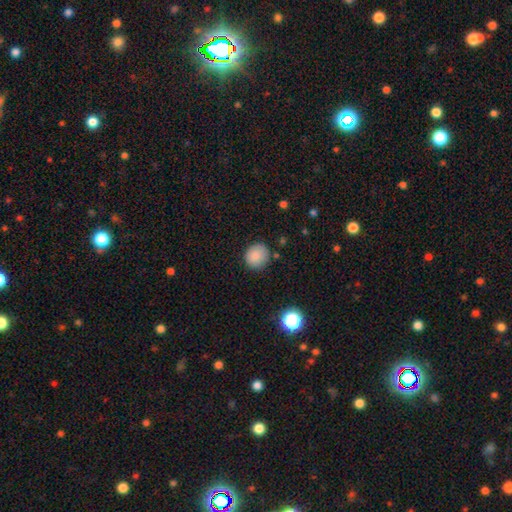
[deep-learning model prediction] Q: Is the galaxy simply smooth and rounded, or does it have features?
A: smooth — 86%.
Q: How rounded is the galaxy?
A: round — 88%.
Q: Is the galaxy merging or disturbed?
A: none — 84%.